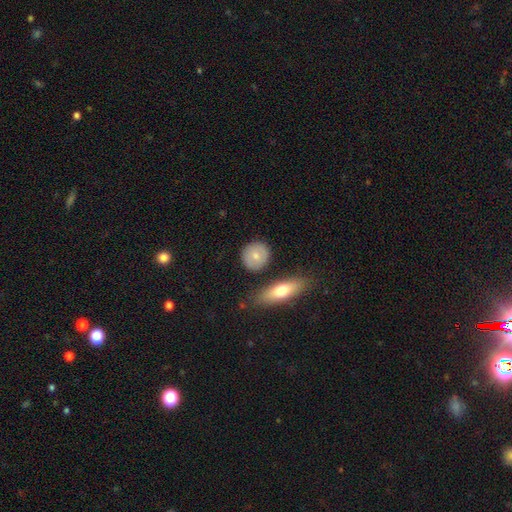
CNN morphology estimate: The model was most divided on "smooth or featured": smooth: 75%, featured or disk: 19%, star or artifact: 6%. More confident: how rounded — round (81%); merging — none (81%).